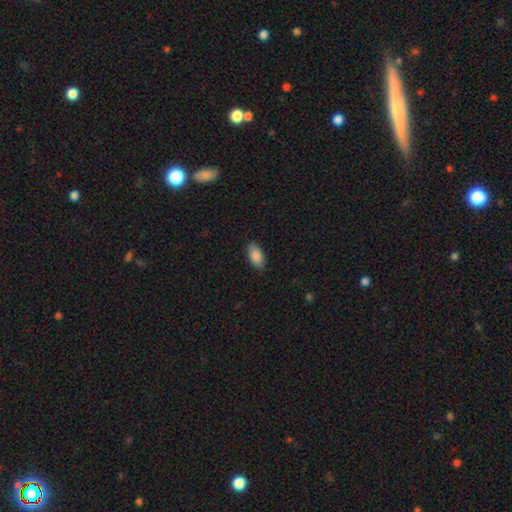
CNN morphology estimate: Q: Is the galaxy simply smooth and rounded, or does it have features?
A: smooth — 87%.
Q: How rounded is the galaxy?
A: in between — 94%.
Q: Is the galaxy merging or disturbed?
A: none — 87%.